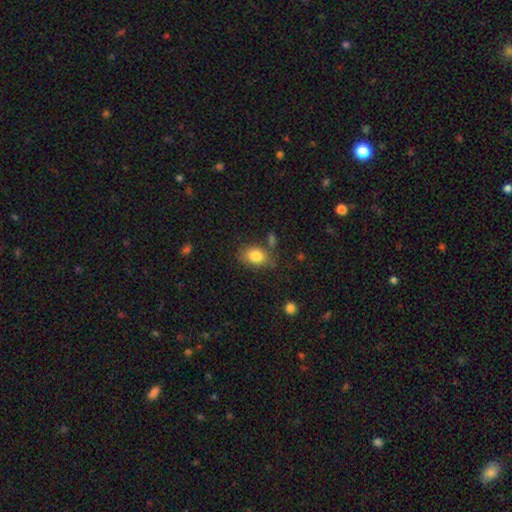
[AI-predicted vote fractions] Overall: smooth (83%). How rounded: in between (74%). Merging: none (71%).